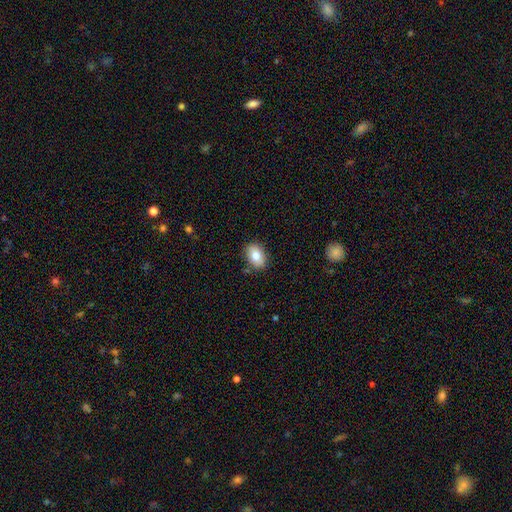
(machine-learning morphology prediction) type=smooth (78%); roundness=in between (82%); merging=none (85%).